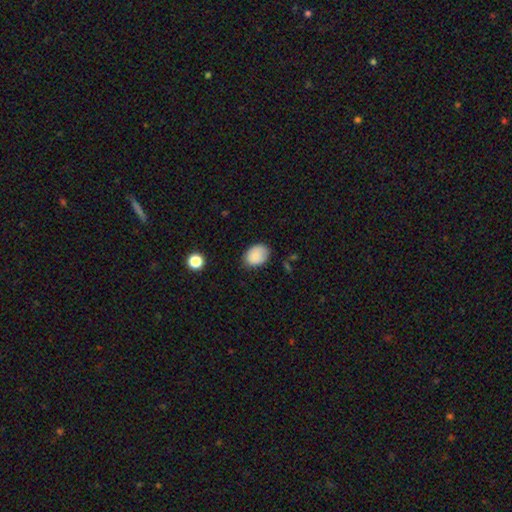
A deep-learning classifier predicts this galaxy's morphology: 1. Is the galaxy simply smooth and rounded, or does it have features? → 88% smooth, 8% star or artifact, 5% featured or disk.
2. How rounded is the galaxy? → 70% in between, 29% round, 1% cigar-shaped.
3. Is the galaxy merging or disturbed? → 77% none, 18% minor disturbance, 4% major disturbance, 1% merger.